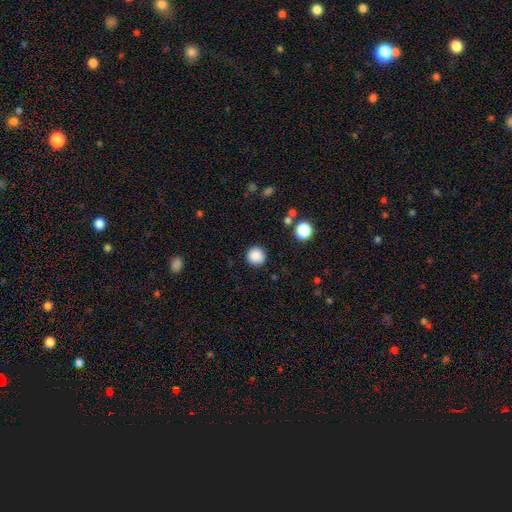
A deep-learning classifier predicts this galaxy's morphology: This appears to be a smooth galaxy with no disk features (87%) that is round (93%). Merging: none (89%).